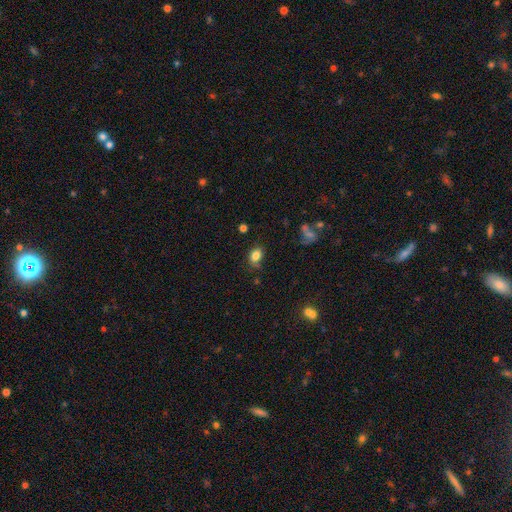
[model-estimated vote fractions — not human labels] This is clearly a smooth galaxy (82%). How rounded: likely in between (70%). Merging: likely none (73%).